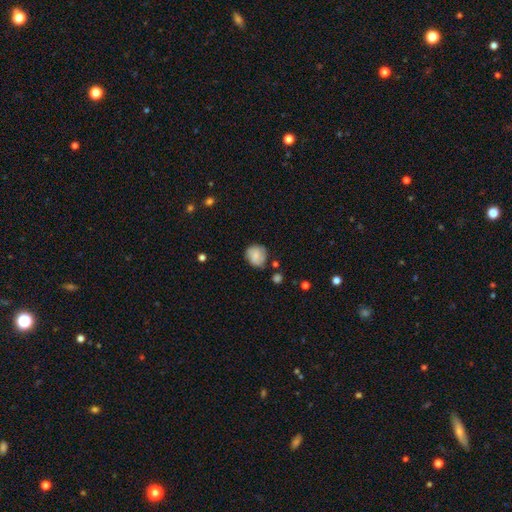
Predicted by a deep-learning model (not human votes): Smooth or featured? Predicted: smooth (p=0.69). How rounded? Predicted: round (p=0.79). Merging? Predicted: none (p=0.67).